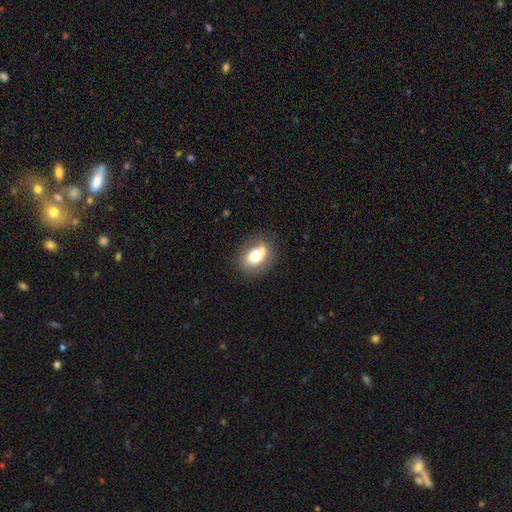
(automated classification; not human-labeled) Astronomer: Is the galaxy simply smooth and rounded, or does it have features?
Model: smooth — 69%.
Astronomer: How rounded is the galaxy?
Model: in between — 69%.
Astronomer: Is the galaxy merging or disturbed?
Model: none — 70%.